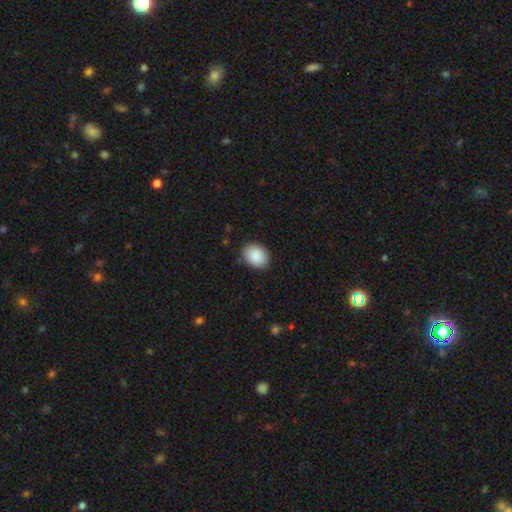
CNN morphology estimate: This appears to be a smooth galaxy with no disk features (90%) that is in between round and cigar-shaped (66%). Merging: none (85%).